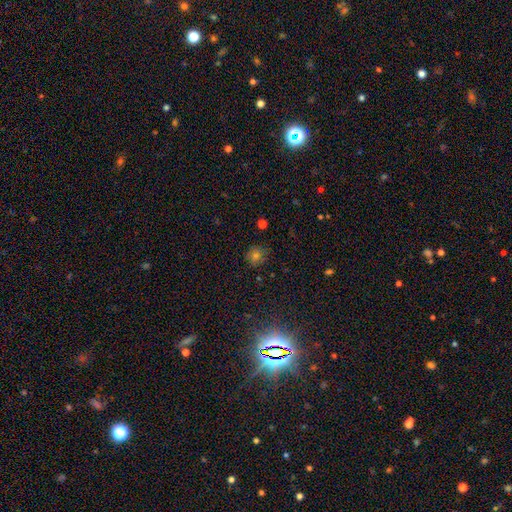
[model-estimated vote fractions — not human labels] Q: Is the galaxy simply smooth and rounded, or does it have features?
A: smooth — 60%.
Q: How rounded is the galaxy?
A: round — 86%.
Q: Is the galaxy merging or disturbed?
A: none — 82%.